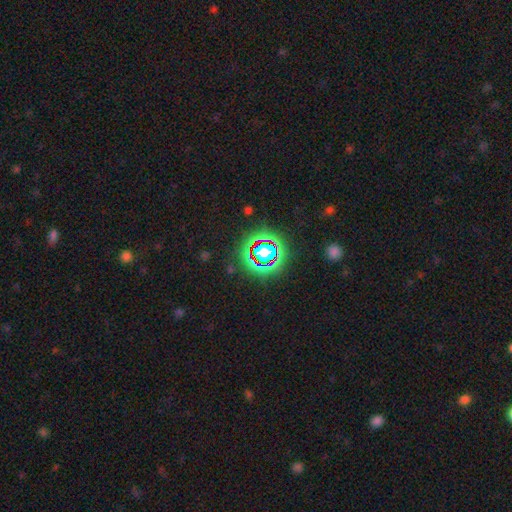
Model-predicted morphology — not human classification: smooth_or_featured: star or artifact (p=0.75) [alt: smooth p=0.16]